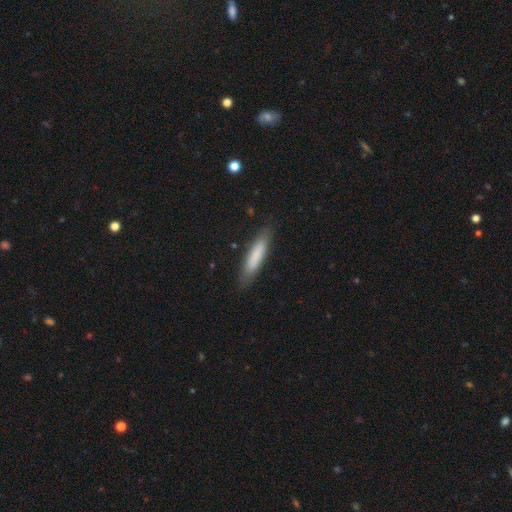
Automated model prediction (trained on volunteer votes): A smooth galaxy with no disk features (79%) that is cigar-shaped (82%).

Vote fractions:
- Smooth or featured? smooth: 79% / featured or disk: 16% / star or artifact: 6%
- How rounded? cigar-shaped: 82% / in between: 17% / round: 1%
- Merging? none: 85% / minor disturbance: 12% / major disturbance: 2% / merger: 1%